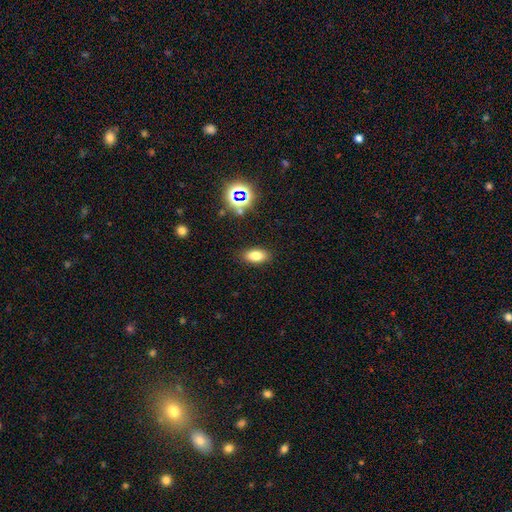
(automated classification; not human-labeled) This appears to be a smooth galaxy with no disk features (77%) that is in between round and cigar-shaped (87%). Merging: none (87%).